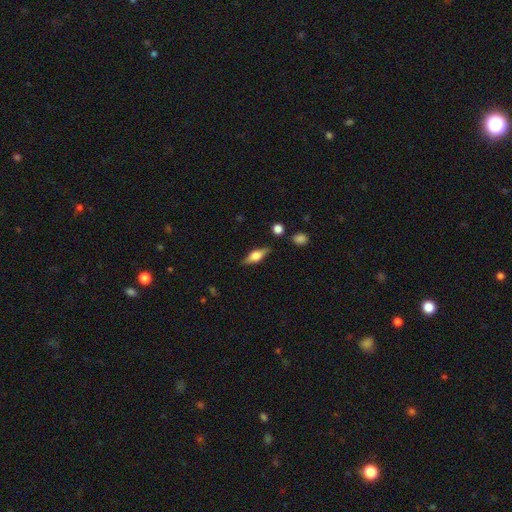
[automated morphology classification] smooth-or-featured: featured or disk: 51% | smooth: 42% | star or artifact: 7%
  disk-edge-on: yes: 93% | no: 7%
  merging: none: 83% | minor disturbance: 11% | major disturbance: 3% | merger: 3%